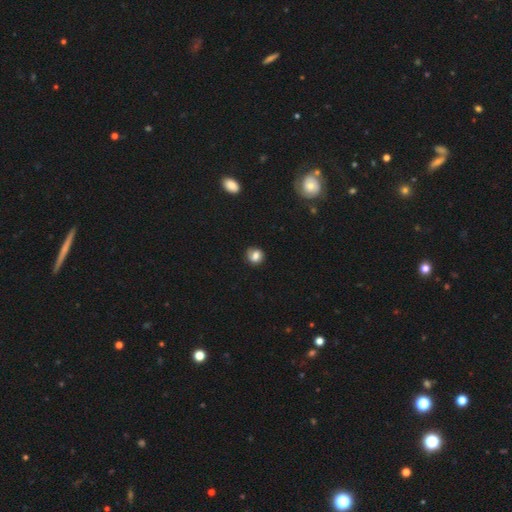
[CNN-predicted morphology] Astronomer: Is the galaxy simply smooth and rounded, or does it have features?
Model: smooth — 73%.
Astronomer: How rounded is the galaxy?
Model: round — 76%.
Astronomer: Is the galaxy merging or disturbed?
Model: none — 73%.